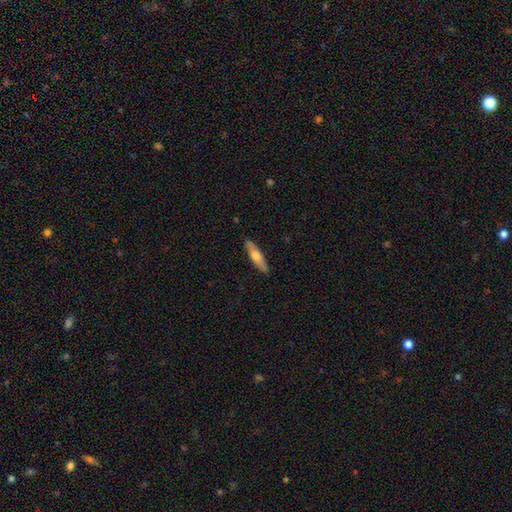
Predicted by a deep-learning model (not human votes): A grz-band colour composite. It shows a smooth galaxy with no disk features (61%) that is cigar-shaped (72%). Merging: none (88%).